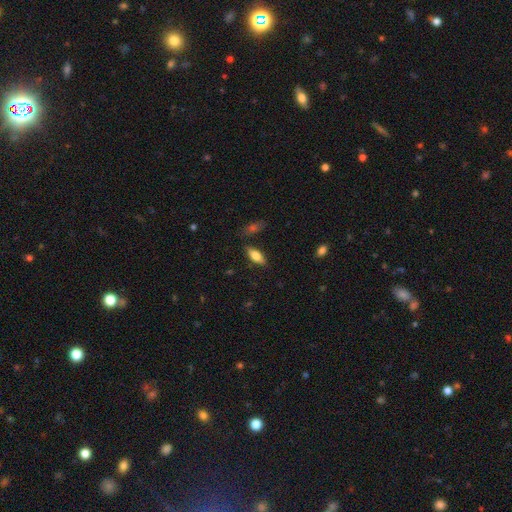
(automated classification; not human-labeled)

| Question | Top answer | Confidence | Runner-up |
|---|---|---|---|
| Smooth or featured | smooth | 74% | featured or disk (19%) |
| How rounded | in between | 79% | cigar-shaped (19%) |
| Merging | none | 82% | minor disturbance (12%) |